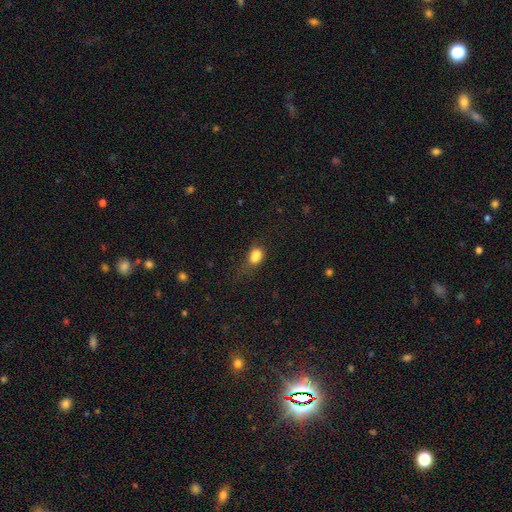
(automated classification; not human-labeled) Q: Smooth or featured?
A: smooth (81%); runner-up: star or artifact (11%)
Q: How rounded?
A: in between (72%); runner-up: round (26%)
Q: Merging?
A: none (42%); runner-up: minor disturbance (28%)